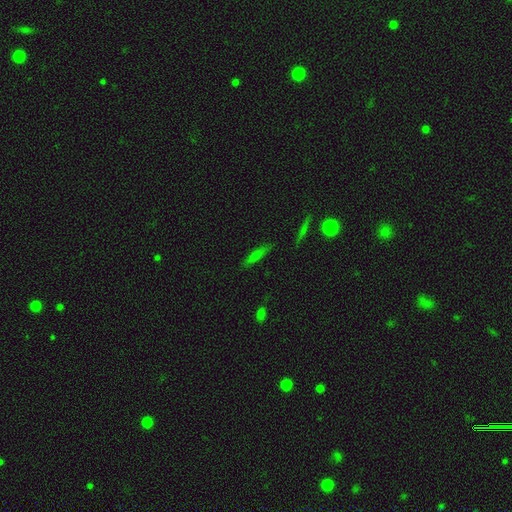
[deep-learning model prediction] Overall: smooth (64%). How rounded: cigar-shaped (80%). Merging: none (85%).